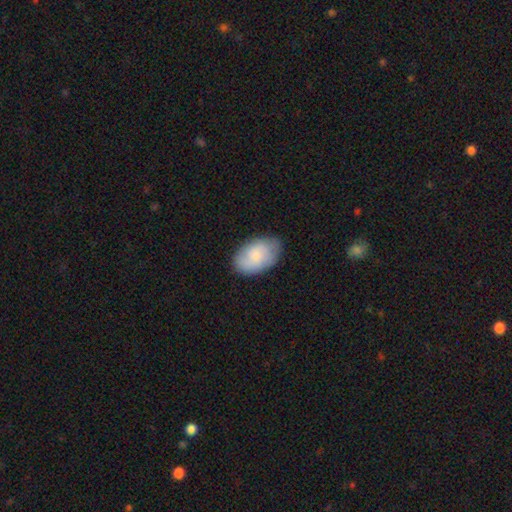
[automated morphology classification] Q: Smooth or featured?
A: smooth (72%); runner-up: featured or disk (21%)
Q: How rounded?
A: in between (91%); runner-up: round (8%)
Q: Merging?
A: none (78%); runner-up: minor disturbance (18%)